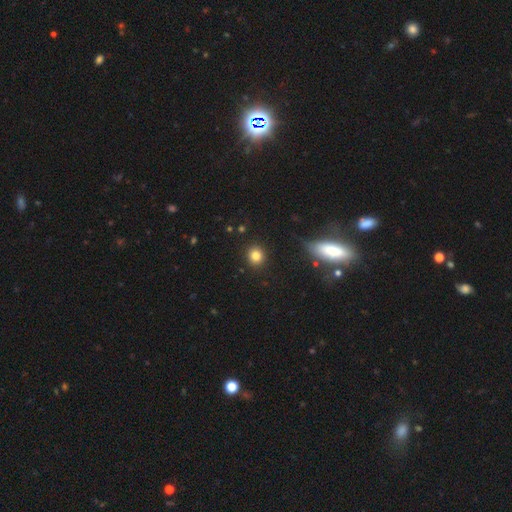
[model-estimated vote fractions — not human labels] Morphology: type=smooth (83%); roundness=round (88%); merging=none (91%).